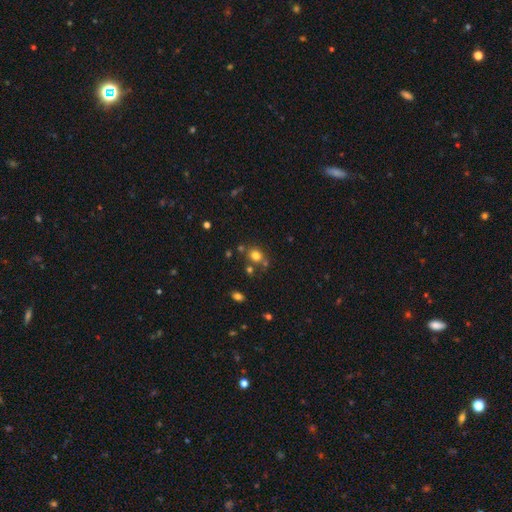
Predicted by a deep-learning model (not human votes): smooth-or-featured: smooth: 76% | star or artifact: 15% | featured or disk: 8%
  how-rounded: round: 67% | in between: 32% | cigar-shaped: 1%
  merging: none: 65% | merger: 18% | minor disturbance: 12% | major disturbance: 5%